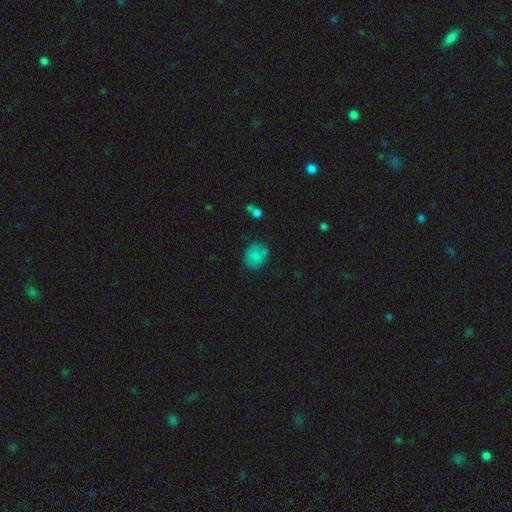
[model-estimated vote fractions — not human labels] Overall: smooth (82%). How rounded: round (63%; in between 36%). Merging: none (75%).